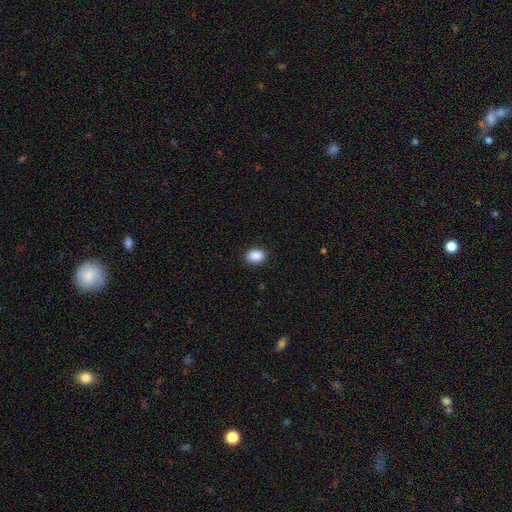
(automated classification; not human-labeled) smooth-or-featured: smooth: 89% | star or artifact: 8% | featured or disk: 3%
  how-rounded: in between: 75% | round: 24% | cigar-shaped: 1%
  merging: none: 89% | minor disturbance: 8% | major disturbance: 2% | merger: 1%